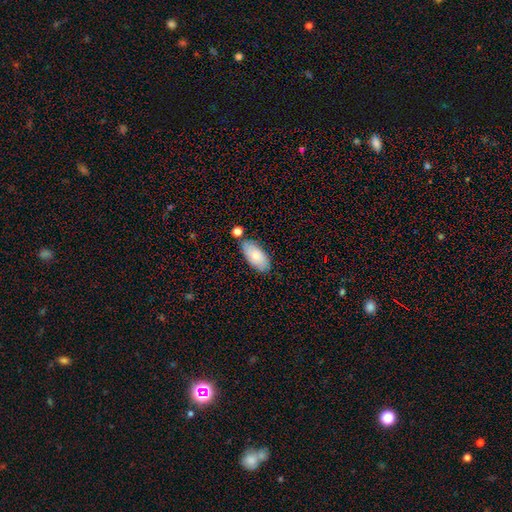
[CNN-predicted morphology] Q: Smooth or featured?
A: smooth (76%); runner-up: featured or disk (18%)
Q: How rounded?
A: in between (93%); runner-up: cigar-shaped (5%)
Q: Merging?
A: none (72%); runner-up: minor disturbance (16%)